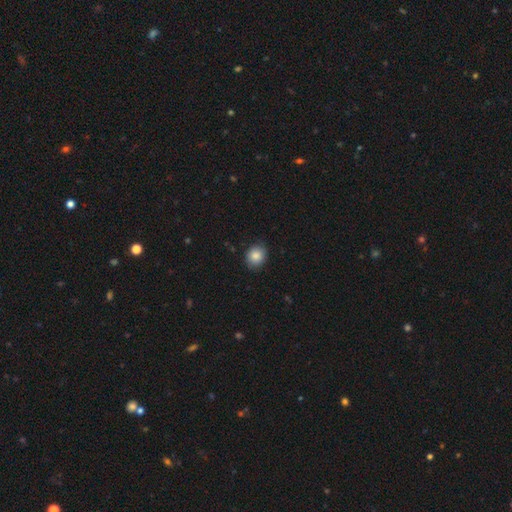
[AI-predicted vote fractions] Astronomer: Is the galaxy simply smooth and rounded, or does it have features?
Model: smooth — 86%.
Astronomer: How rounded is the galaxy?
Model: round — 68%.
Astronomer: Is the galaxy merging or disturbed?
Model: none — 84%.